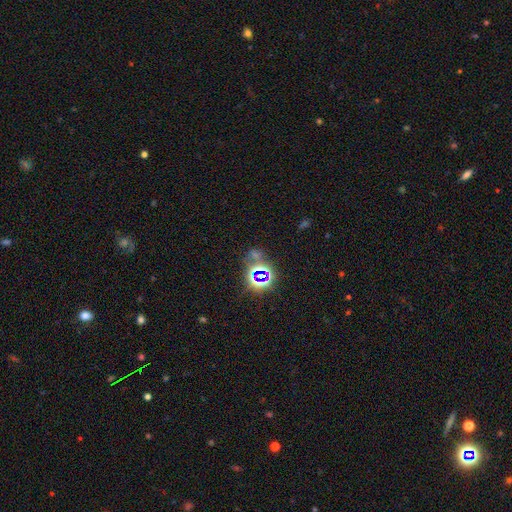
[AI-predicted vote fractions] Smooth or featured? Predicted: star or artifact (p=0.74).